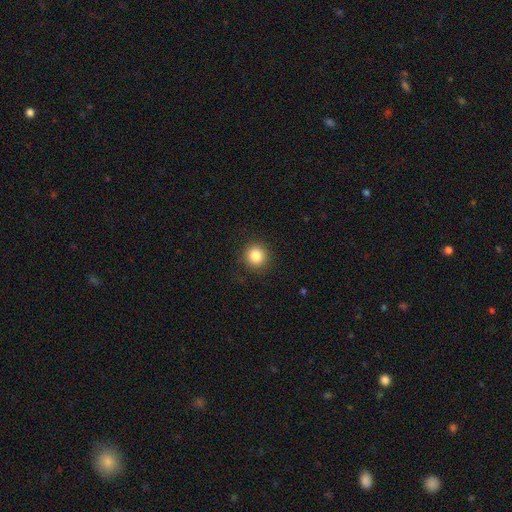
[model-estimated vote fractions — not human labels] The model was most divided on "smooth or featured": smooth: 85%, star or artifact: 10%, featured or disk: 5%. More confident: how rounded — round (93%); merging — none (90%).